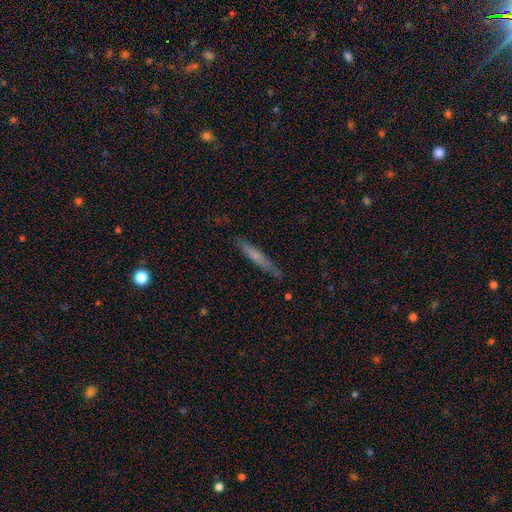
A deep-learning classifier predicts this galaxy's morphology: A smooth galaxy with no disk features (58%) that is cigar-shaped (94%). Merging: none (81%).